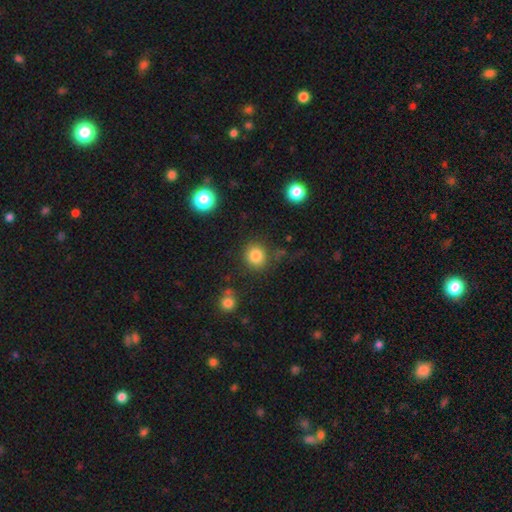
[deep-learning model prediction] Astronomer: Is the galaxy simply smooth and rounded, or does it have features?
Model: smooth — 84%.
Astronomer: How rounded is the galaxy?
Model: round — 88%.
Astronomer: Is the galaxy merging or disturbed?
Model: none — 84%.